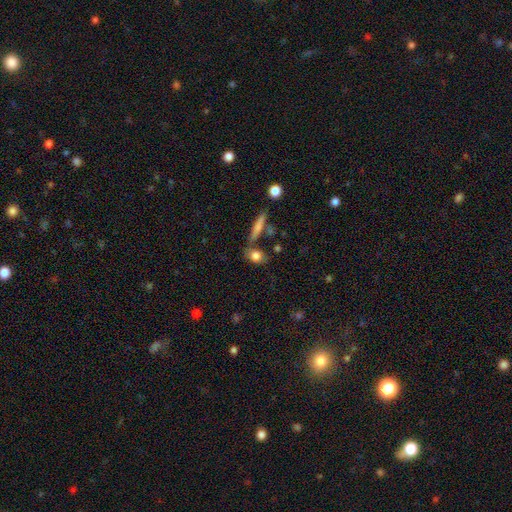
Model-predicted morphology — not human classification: Smooth or featured? Predicted: smooth (p=0.80). How rounded? Predicted: in between (p=0.49). Merging? Predicted: none (p=0.67).